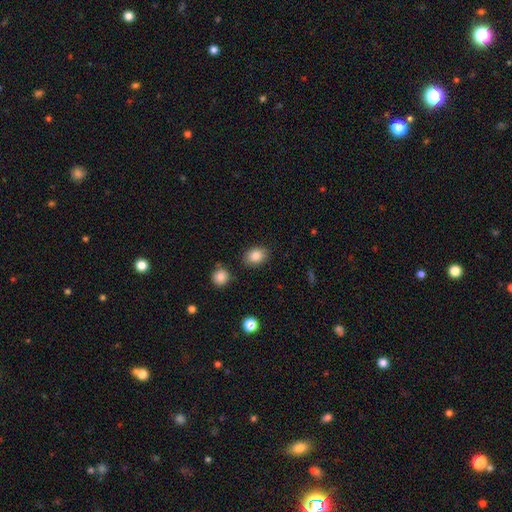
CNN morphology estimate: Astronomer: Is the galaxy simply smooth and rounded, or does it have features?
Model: smooth — 85%.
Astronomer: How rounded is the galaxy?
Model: in between — 68%.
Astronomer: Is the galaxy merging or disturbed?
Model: none — 82%.